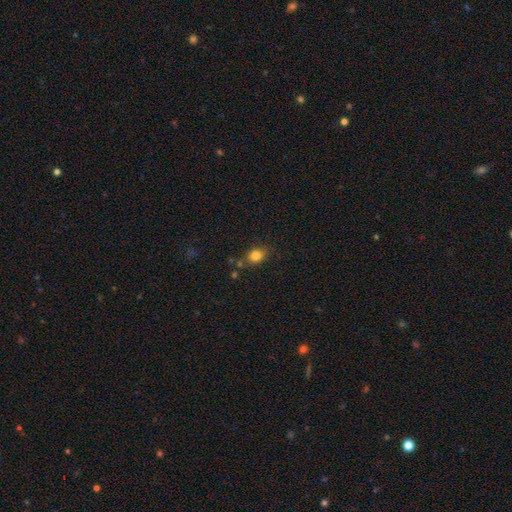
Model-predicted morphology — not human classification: Smooth or featured: smooth — 82% (star or artifact — 11%)
How rounded: in between — 52% (round — 47%)
Merging: none — 71% (minor disturbance — 17%)